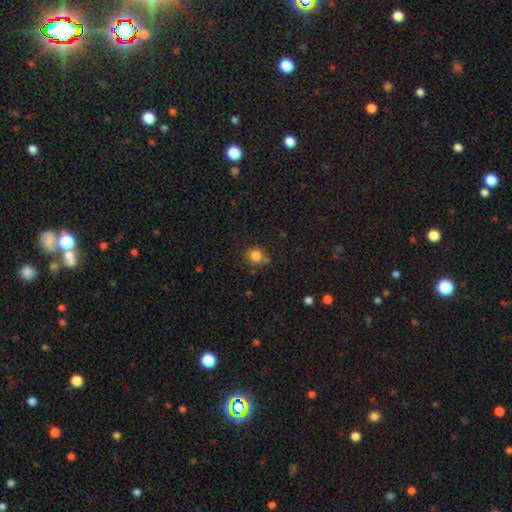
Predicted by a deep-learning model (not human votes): Q: Smooth or featured?
A: smooth (82%); runner-up: star or artifact (13%)
Q: How rounded?
A: round (86%); runner-up: in between (13%)
Q: Merging?
A: none (66%); runner-up: minor disturbance (16%)